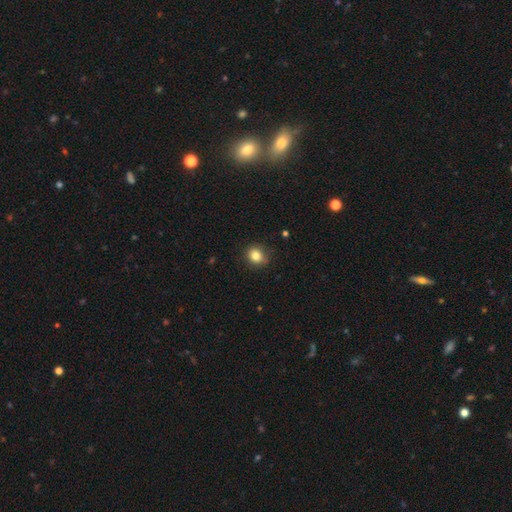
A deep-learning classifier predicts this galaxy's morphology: A smooth galaxy with no disk features (83%) that is round (77%).

Vote fractions:
- Smooth or featured? smooth: 83% / star or artifact: 11% / featured or disk: 6%
- How rounded? round: 77% / in between: 23% / cigar-shaped: 1%
- Merging? none: 84% / minor disturbance: 13% / major disturbance: 2% / merger: 1%